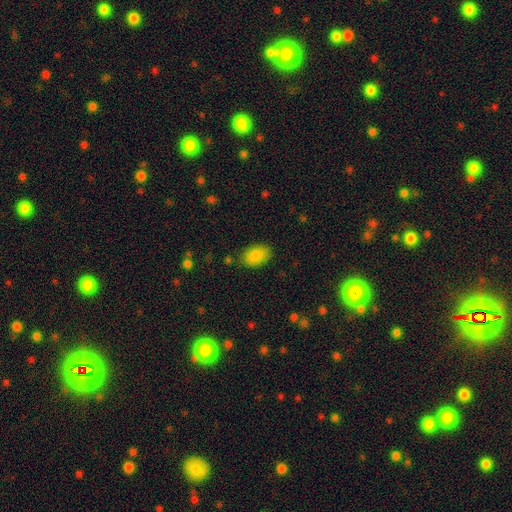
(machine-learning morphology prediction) A smooth galaxy with no disk features (88%) that is in between round and cigar-shaped (88%). Merging: none (84%).